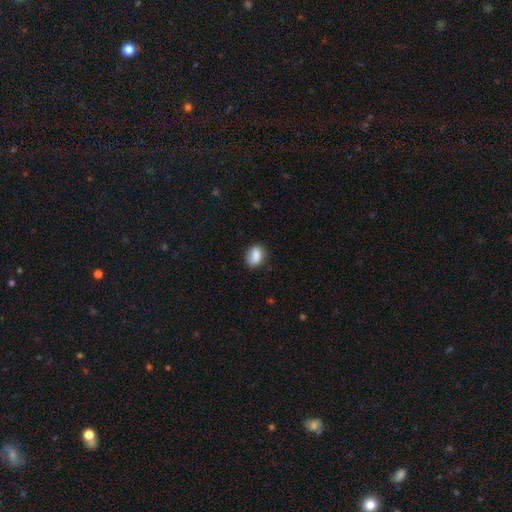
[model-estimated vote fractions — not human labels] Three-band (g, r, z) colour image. It shows a smooth galaxy with no disk features (87%) that is in between round and cigar-shaped (75%). Merging: none (81%).